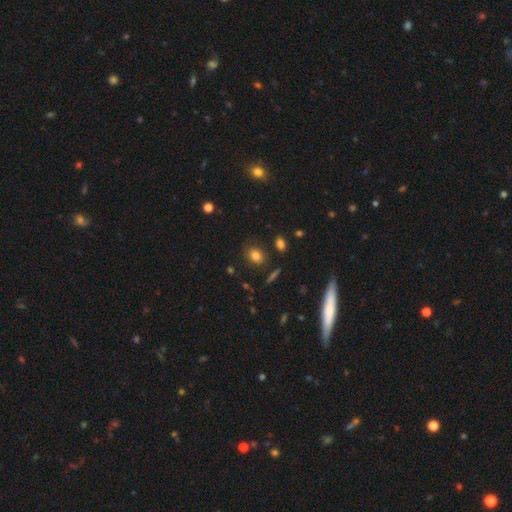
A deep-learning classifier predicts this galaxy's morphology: smooth-or-featured: smooth: 81% | star or artifact: 12% | featured or disk: 8%
  how-rounded: in between: 54% | round: 44% | cigar-shaped: 2%
  merging: none: 82% | minor disturbance: 12% | major disturbance: 3% | merger: 3%